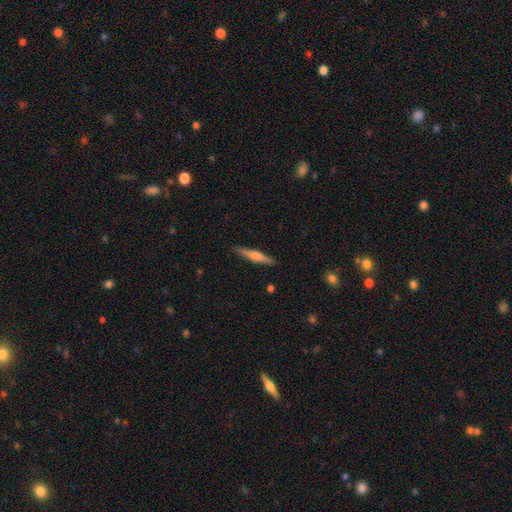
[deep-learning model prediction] This is possibly a featured or disk galaxy (49%). Merging: clearly none (90%).